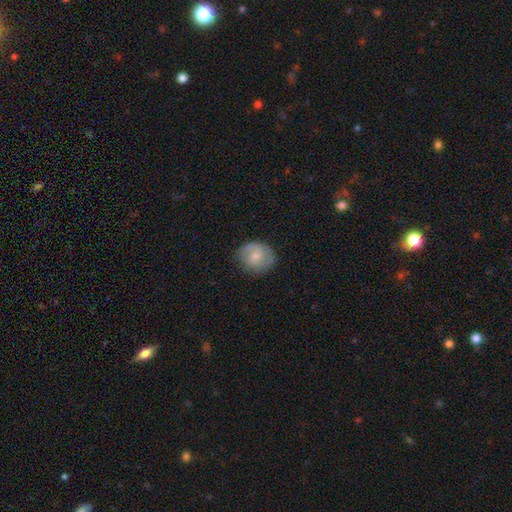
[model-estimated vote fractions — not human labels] Q: Smooth or featured?
A: smooth (54%); runner-up: featured or disk (39%)
Q: How rounded?
A: round (71%); runner-up: in between (28%)
Q: Merging?
A: none (73%); runner-up: minor disturbance (20%)